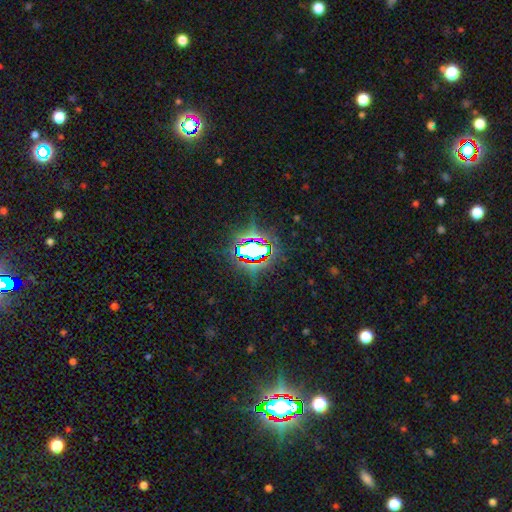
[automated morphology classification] A star or artifact, not a galaxy (78%).